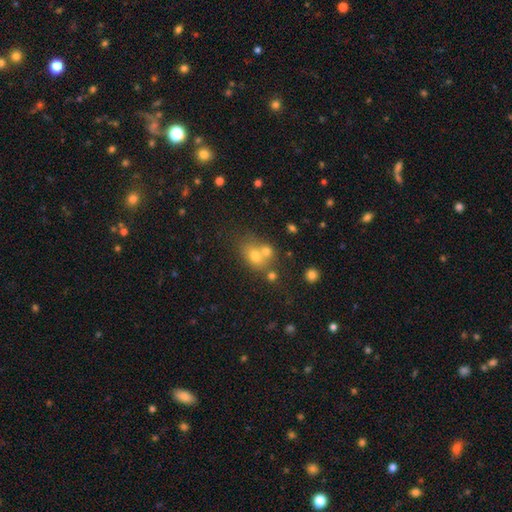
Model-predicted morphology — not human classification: smooth_or_featured: smooth (p=0.65) [alt: star or artifact p=0.18]
how_rounded: in between (p=0.59) [alt: round p=0.39]
merging: merger (p=0.42) [alt: none p=0.41]